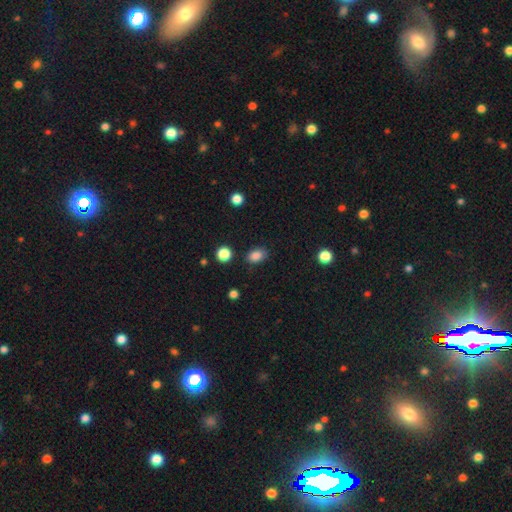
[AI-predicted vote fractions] Smooth or featured? smooth (85%)
How rounded? in between (77%)
Merging? none (80%)